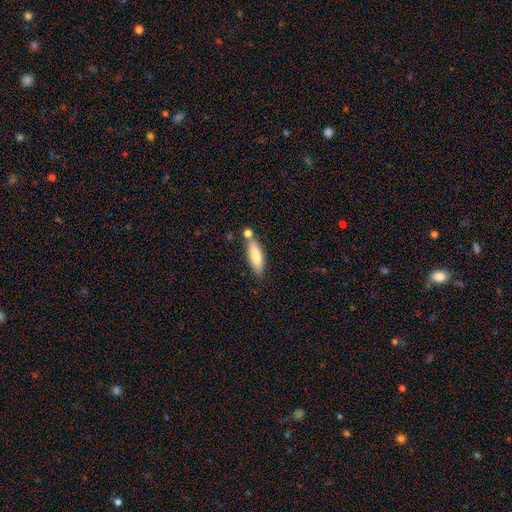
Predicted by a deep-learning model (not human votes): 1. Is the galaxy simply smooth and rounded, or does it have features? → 78% smooth, 16% featured or disk, 6% star or artifact.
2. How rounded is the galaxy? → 58% cigar-shaped, 40% in between, 2% round.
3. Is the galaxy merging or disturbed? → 63% none, 18% merger, 15% minor disturbance, 4% major disturbance.